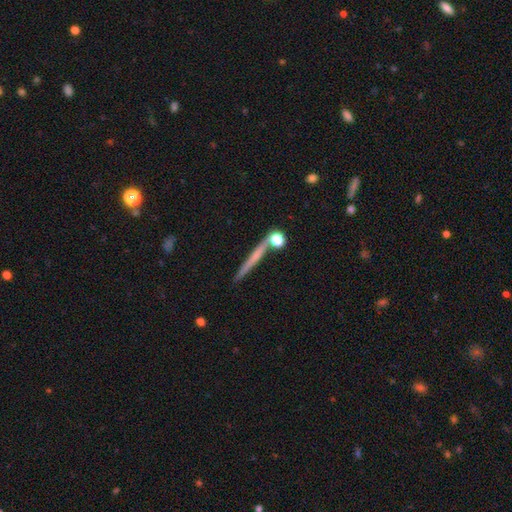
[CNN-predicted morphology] Smooth or featured: smooth — 48% (featured or disk — 43%)
Merging: none — 80% (minor disturbance — 9%)